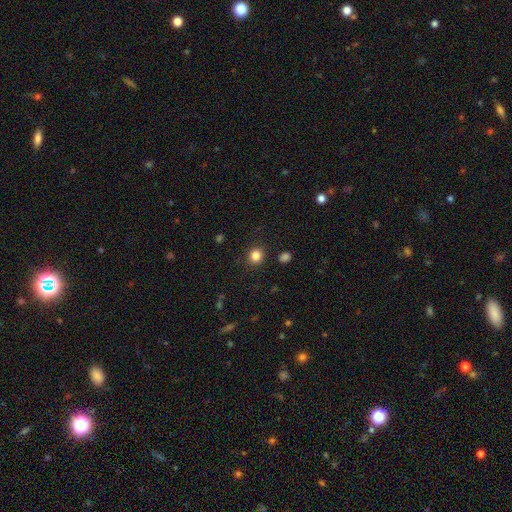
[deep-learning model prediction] smooth_or_featured: smooth (p=0.84) [alt: star or artifact p=0.12]
how_rounded: round (p=0.87) [alt: in between p=0.12]
merging: none (p=0.90) [alt: minor disturbance p=0.06]